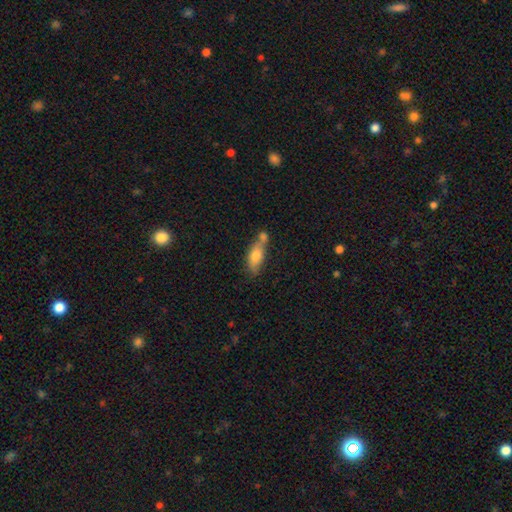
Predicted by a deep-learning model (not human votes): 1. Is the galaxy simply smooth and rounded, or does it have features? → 73% smooth, 19% featured or disk, 7% star or artifact.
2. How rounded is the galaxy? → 72% in between, 24% cigar-shaped, 4% round.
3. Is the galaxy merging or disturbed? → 42% merger, 37% none, 15% minor disturbance, 6% major disturbance.